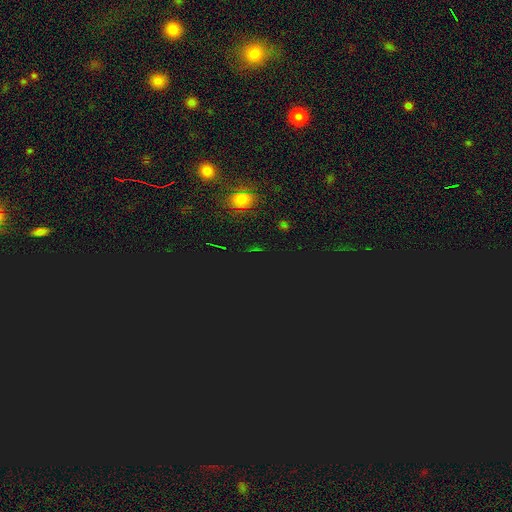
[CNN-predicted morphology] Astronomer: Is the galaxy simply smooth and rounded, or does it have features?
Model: star or artifact — 80%.